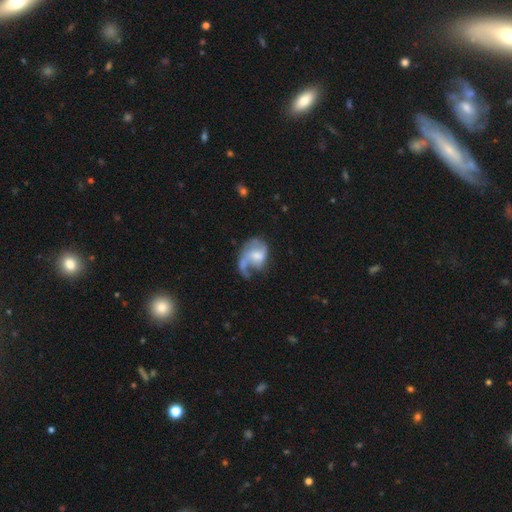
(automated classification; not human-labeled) Smooth or featured: featured or disk — 70% (smooth — 23%)
Edge-on disk: no — 98% (yes — 2%)
Bar: no — 49% (weak — 42%)
Spiral arms: yes — 82% (no — 18%)
Spiral winding: loose — 59% (medium — 31%)
Spiral arm count: 1 — 49% (2 — 34%)
Bulge size: moderate — 42% (small — 28%)
Merging: major disturbance — 43% (none — 30%)